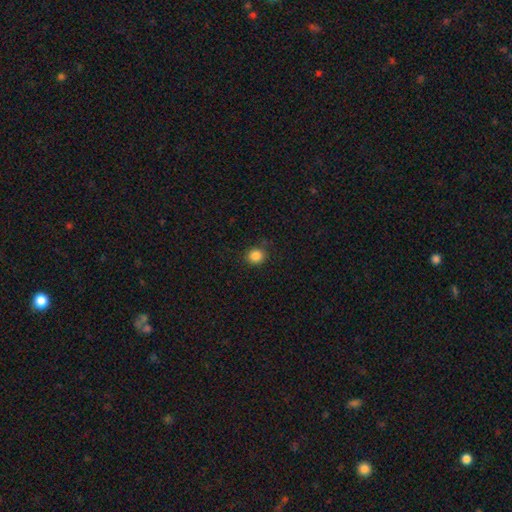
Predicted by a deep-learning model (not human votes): Smooth or featured: smooth — 85% (star or artifact — 11%)
How rounded: round — 85% (in between — 14%)
Merging: none — 86% (minor disturbance — 10%)